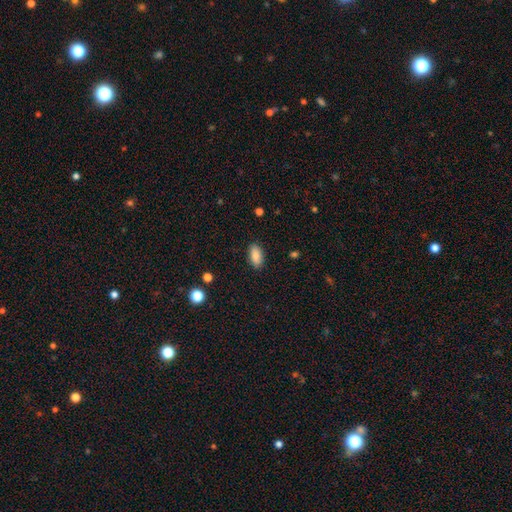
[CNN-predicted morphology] The model was most divided on "merging": none: 88%, minor disturbance: 9%, major disturbance: 2%, merger: 1%. More confident: how rounded — in between (91%); smooth or featured — smooth (87%).